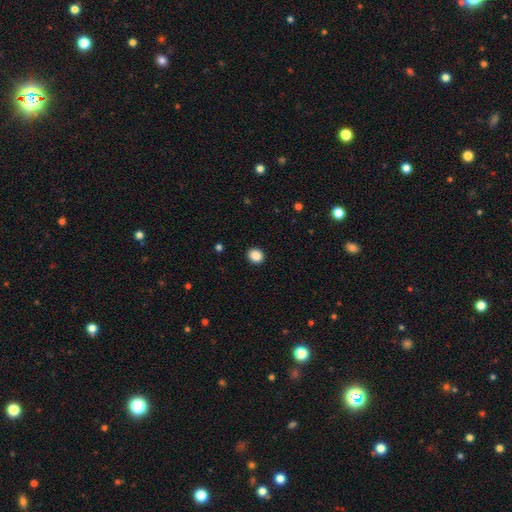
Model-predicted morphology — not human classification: smooth 88%, star or artifact 9%, featured or disk 3%. Down the decision tree: how rounded — round (75%); merging — none (92%).